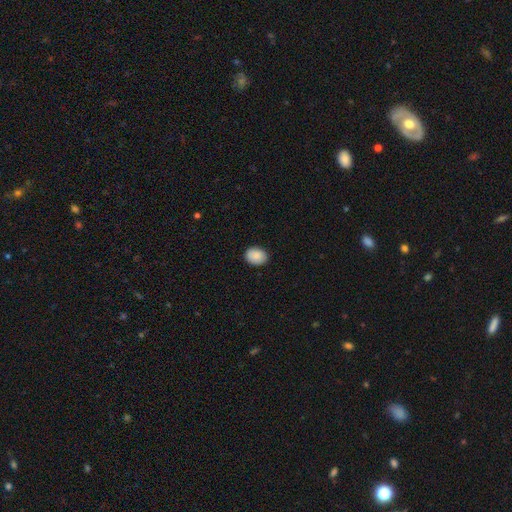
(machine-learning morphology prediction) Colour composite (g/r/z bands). It shows a smooth galaxy with no disk features (89%) that is in between round and cigar-shaped (65%). Merging: none (87%).